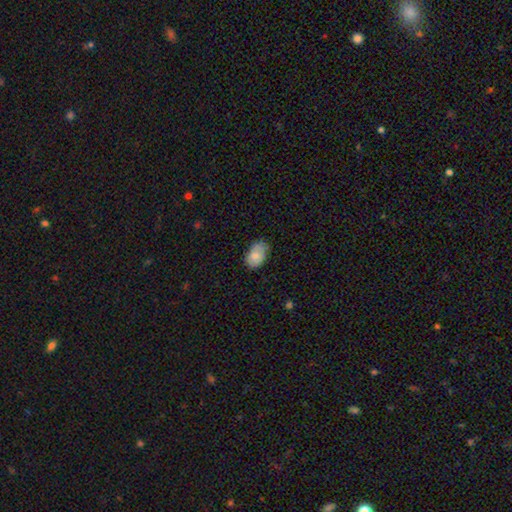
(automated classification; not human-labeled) smooth_or_featured: smooth (p=0.82) [alt: featured or disk p=0.11]
how_rounded: in between (p=0.89) [alt: round p=0.10]
merging: none (p=0.64) [alt: minor disturbance p=0.29]